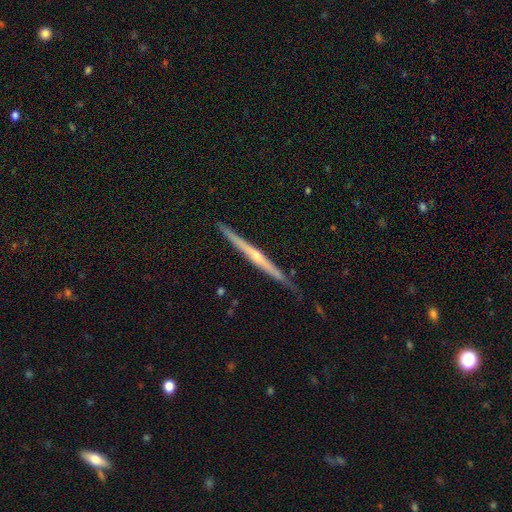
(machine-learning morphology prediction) featured or disk 73%, smooth 22%, star or artifact 5%. Down the decision tree: edge-on disk — yes (98%); edge-on bulge — rounded (61%); merging — none (81%).